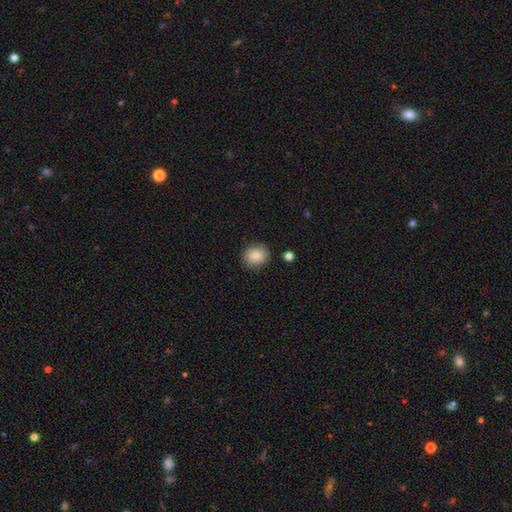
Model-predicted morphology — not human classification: Smooth or featured? smooth (85%)
How rounded? round (73%)
Merging? none (87%)